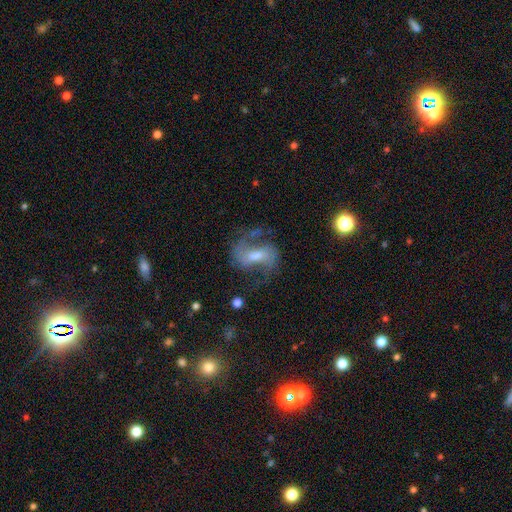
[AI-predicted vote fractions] smooth-or-featured: featured or disk: 81% | smooth: 10% | star or artifact: 8%
  disk-edge-on: no: 97% | yes: 3%
    bar: weak: 49% | strong: 31% | no: 20%
    has-spiral-arms: yes: 94% | no: 6%
      spiral-winding: medium: 49% | loose: 40% | tight: 11%
      spiral-arm-count: 2: 89% | can't tell: 4% | 1: 3% | 3: 2% | 4: 1% | more than 4: 1%
    bulge-size: moderate: 49% | small: 38% | large: 6% | none: 6% | dominant: 1%
  merging: none: 67% | minor disturbance: 16% | major disturbance: 15% | merger: 3%